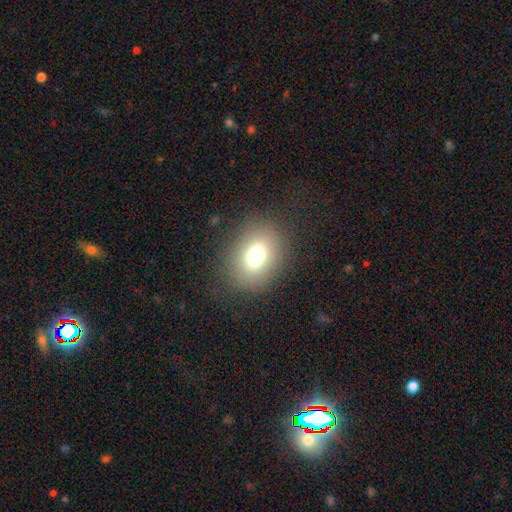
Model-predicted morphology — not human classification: The model was most divided on "how rounded": in between: 57%, round: 42%, cigar-shaped: 1%. More confident: merging — none (84%); smooth or featured — smooth (74%).